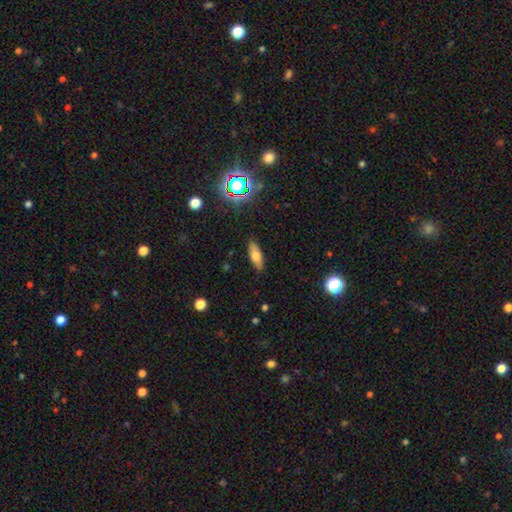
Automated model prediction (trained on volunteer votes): This appears to be a smooth galaxy with no disk features (65%) that is in between round and cigar-shaped (65%). Merging: none (85%).